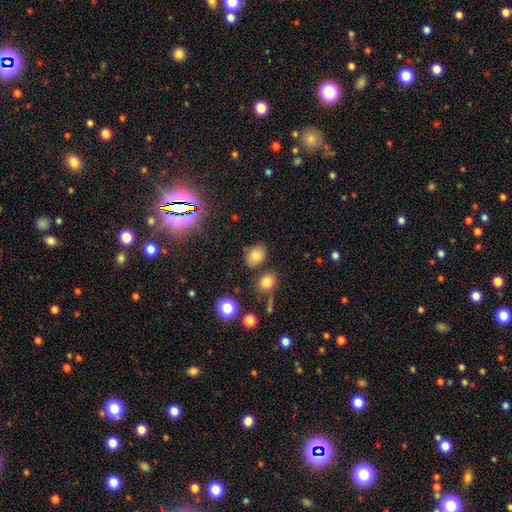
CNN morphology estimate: Smooth or featured? Predicted: smooth (p=0.77). How rounded? Predicted: in between (p=0.64). Merging? Predicted: none (p=0.74).